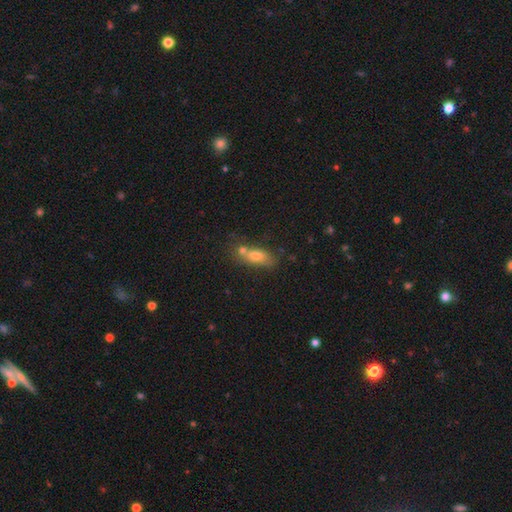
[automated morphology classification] Smooth or featured: smooth — 67% (featured or disk — 20%)
How rounded: in between — 67% (cigar-shaped — 23%)
Merging: none — 43% (merger — 36%)